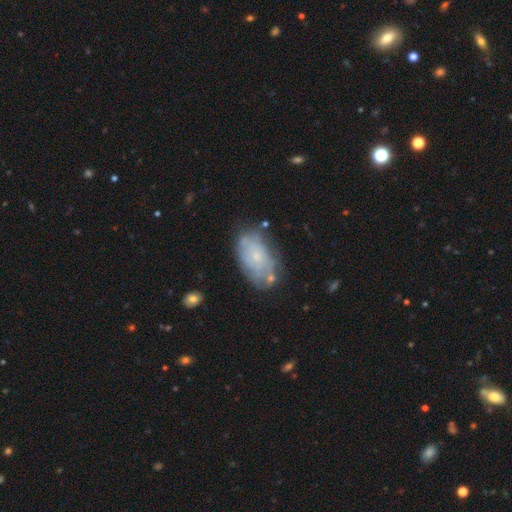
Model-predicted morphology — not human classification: This is possibly a featured or disk galaxy (47%). Merging: likely none (67%).